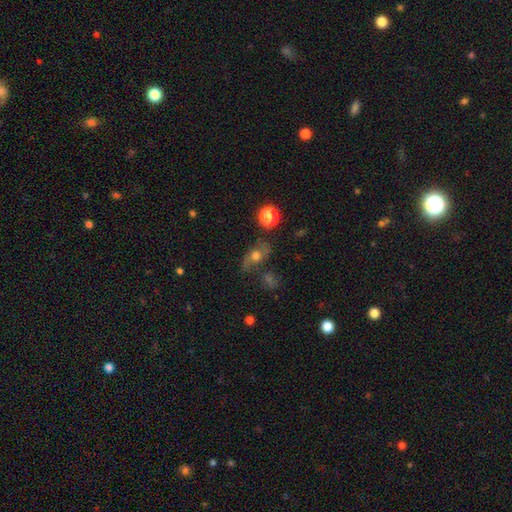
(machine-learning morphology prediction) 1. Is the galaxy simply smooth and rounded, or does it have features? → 49% smooth, 34% featured or disk, 17% star or artifact.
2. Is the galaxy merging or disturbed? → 59% none, 21% minor disturbance, 12% major disturbance, 8% merger.